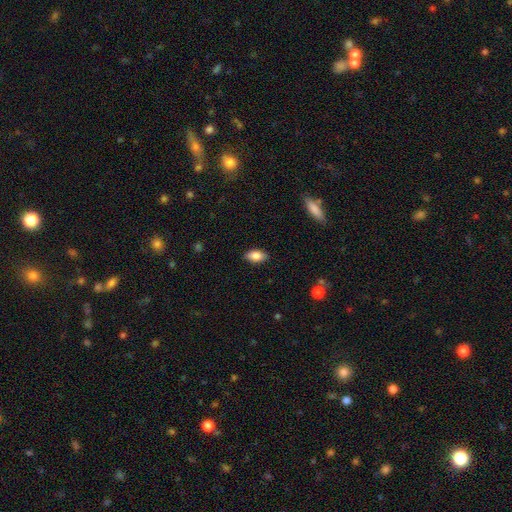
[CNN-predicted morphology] This appears to be a smooth galaxy with no disk features (85%) that is in between round and cigar-shaped (91%). Merging: none (87%).